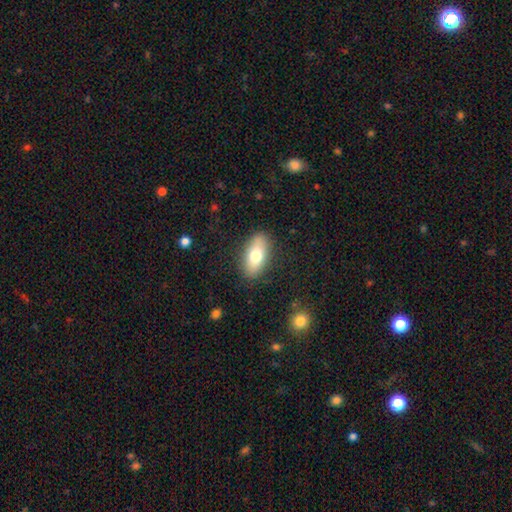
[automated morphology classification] This appears to be a smooth galaxy with no disk features (73%) that is in between round and cigar-shaped (87%). Merging: none (86%).